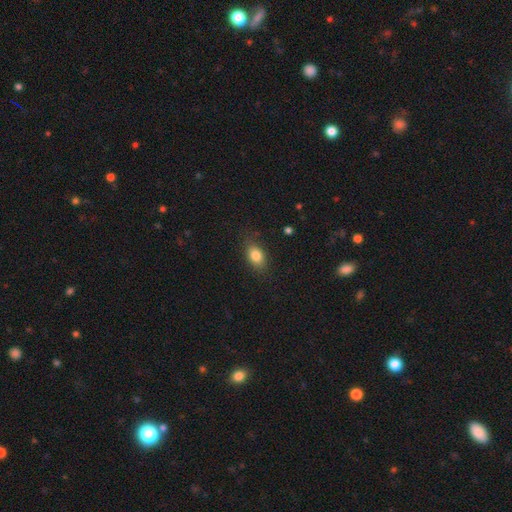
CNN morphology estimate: This is clearly a smooth galaxy (83%). How rounded: clearly in between (82%). Merging: likely none (80%).